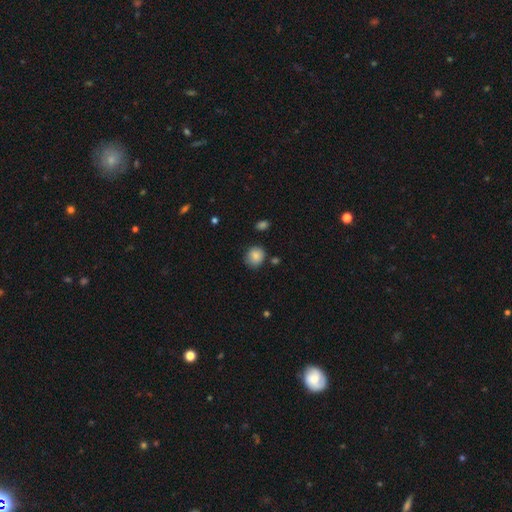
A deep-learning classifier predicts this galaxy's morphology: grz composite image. It shows a smooth galaxy with no disk features (85%) that is round (80%). Merging: none (76%).